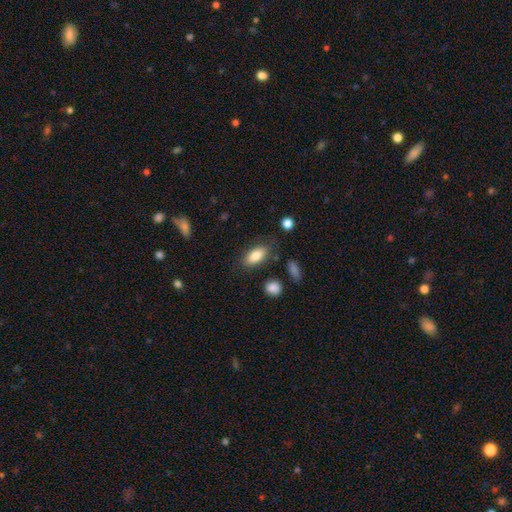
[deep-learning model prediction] smooth_or_featured: smooth (p=0.84) [alt: featured or disk p=0.09]
how_rounded: in between (p=0.88) [alt: cigar-shaped p=0.08]
merging: none (p=0.77) [alt: minor disturbance p=0.15]